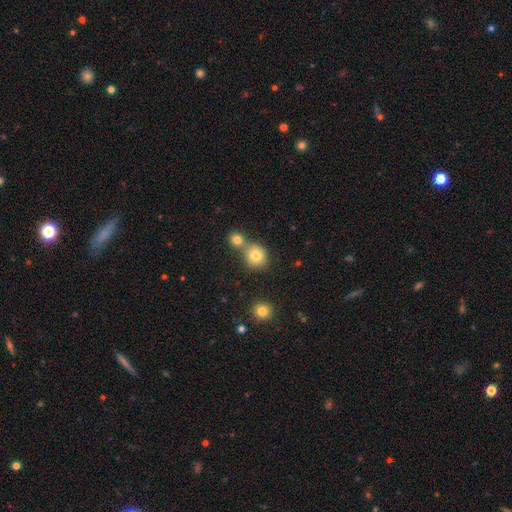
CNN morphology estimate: smooth_or_featured: smooth (p=0.80) [alt: star or artifact p=0.12]
how_rounded: round (p=0.86) [alt: in between p=0.13]
merging: none (p=0.54) [alt: merger p=0.35]